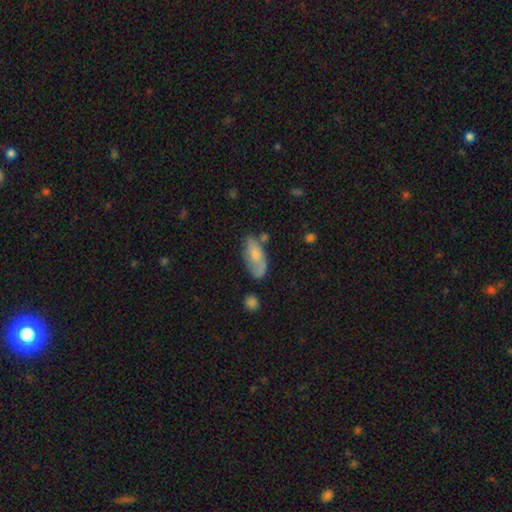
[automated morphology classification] smooth 63%, featured or disk 30%, star or artifact 7%. Down the decision tree: how rounded — in between (87%); merging — none (54%).